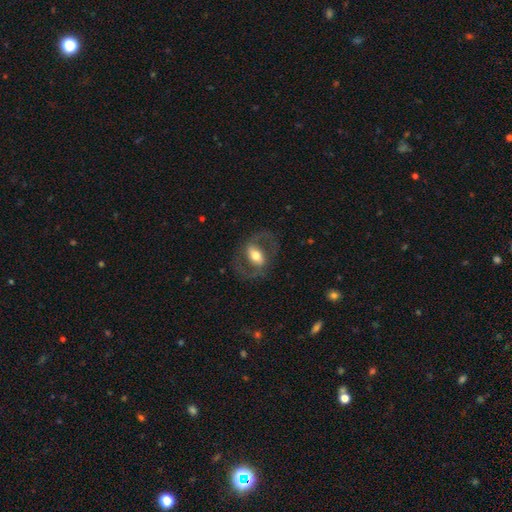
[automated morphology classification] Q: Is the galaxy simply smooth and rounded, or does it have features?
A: featured or disk — 68%.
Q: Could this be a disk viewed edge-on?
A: no — 92%.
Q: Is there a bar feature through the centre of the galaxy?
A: strong — 45%.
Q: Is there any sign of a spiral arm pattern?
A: yes — 70%.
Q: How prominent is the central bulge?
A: moderate — 62%.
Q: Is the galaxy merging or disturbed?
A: none — 73%.